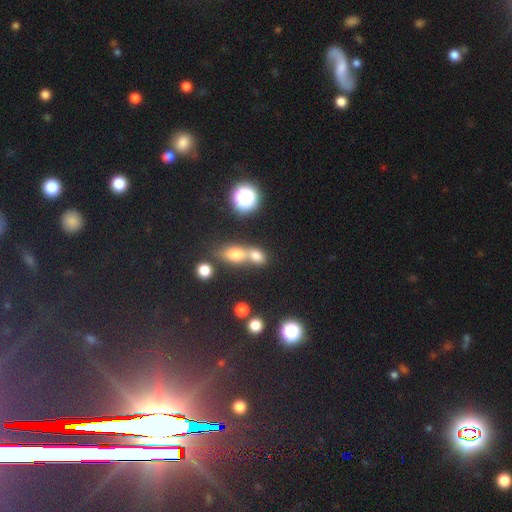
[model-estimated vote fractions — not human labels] This appears to be a smooth galaxy with no disk features (69%) that is in between round and cigar-shaped (61%). Merging: merger (59%).